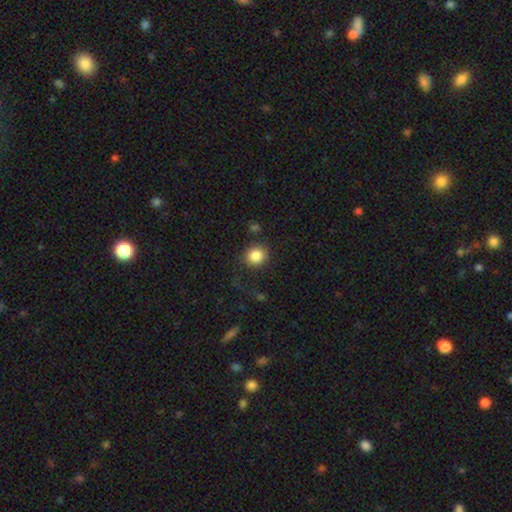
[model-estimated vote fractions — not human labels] smooth_or_featured: smooth (p=0.85) [alt: star or artifact p=0.09]
how_rounded: round (p=0.89) [alt: in between p=0.10]
merging: none (p=0.77) [alt: minor disturbance p=0.12]